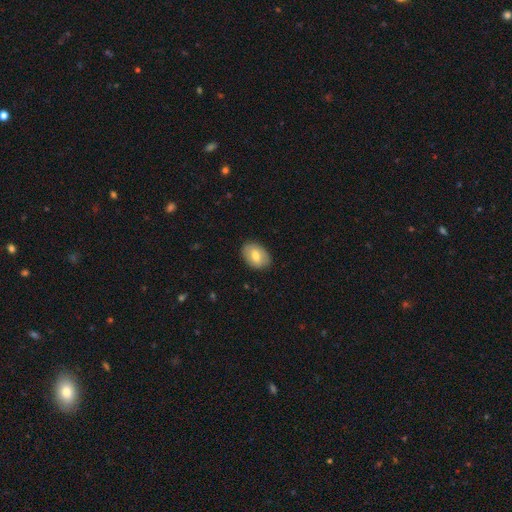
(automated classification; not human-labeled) Morphology: type=smooth (68%); roundness=in between (83%); merging=none (85%).